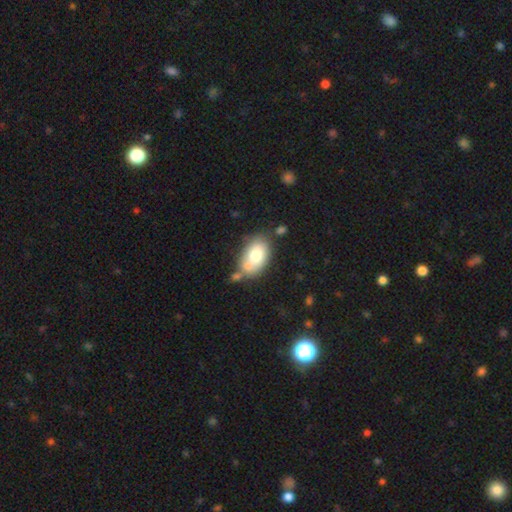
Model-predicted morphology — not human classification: The model was most divided on "merging": none: 52%, minor disturbance: 21%, merger: 20%, major disturbance: 7%. More confident: how rounded — in between (90%); smooth or featured — smooth (74%).